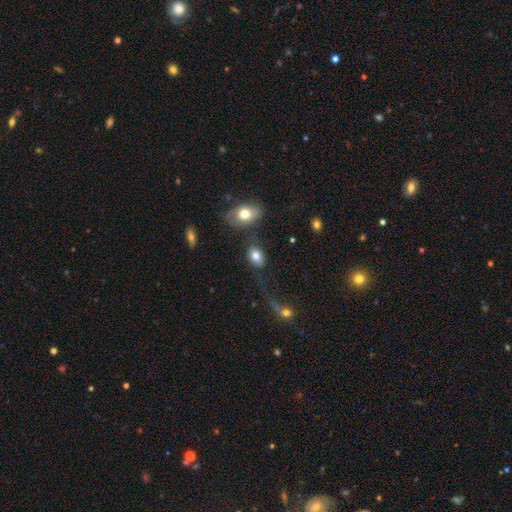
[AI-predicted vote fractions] Smooth or featured? smooth (79%)
How rounded? in between (82%)
Merging? none (64%)